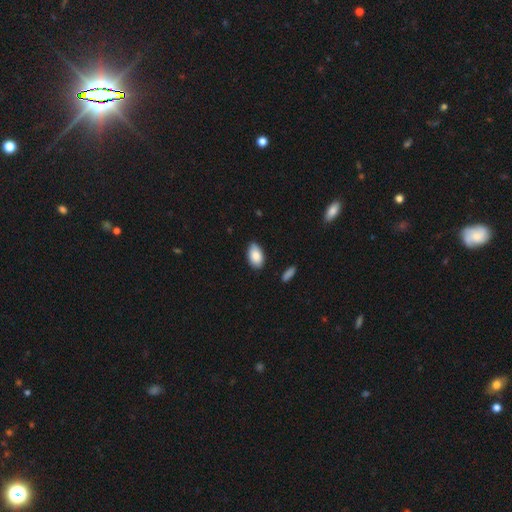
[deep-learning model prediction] Q: Smooth or featured?
A: smooth (86%); runner-up: featured or disk (7%)
Q: How rounded?
A: in between (94%); runner-up: round (5%)
Q: Merging?
A: none (83%); runner-up: minor disturbance (13%)